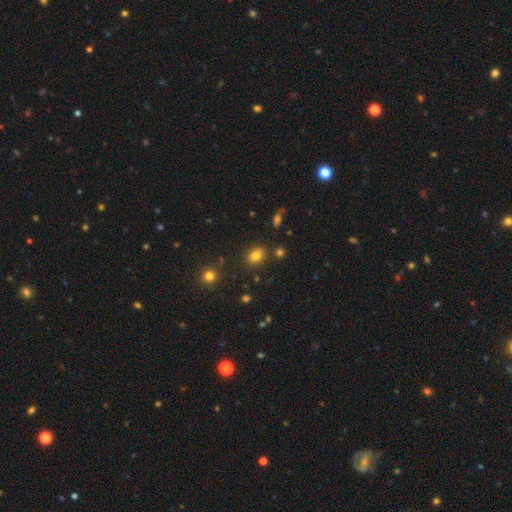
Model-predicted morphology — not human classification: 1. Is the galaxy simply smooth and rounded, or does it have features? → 81% smooth, 13% star or artifact, 7% featured or disk.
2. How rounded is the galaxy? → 60% in between, 39% round, 1% cigar-shaped.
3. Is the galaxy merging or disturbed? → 82% none, 10% minor disturbance, 5% merger, 3% major disturbance.